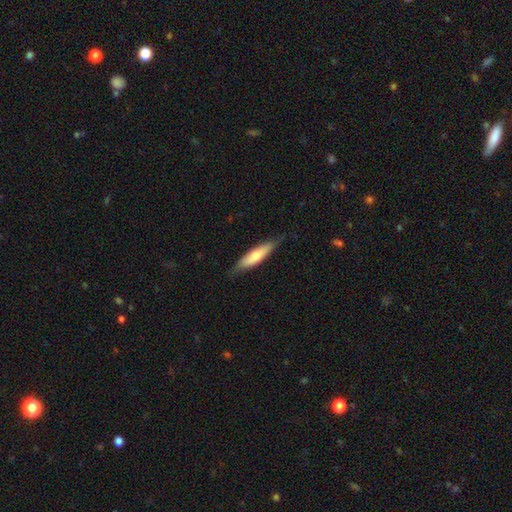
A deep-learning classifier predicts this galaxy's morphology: Smooth or featured? smooth (63%)
How rounded? cigar-shaped (67%)
Merging? none (75%)